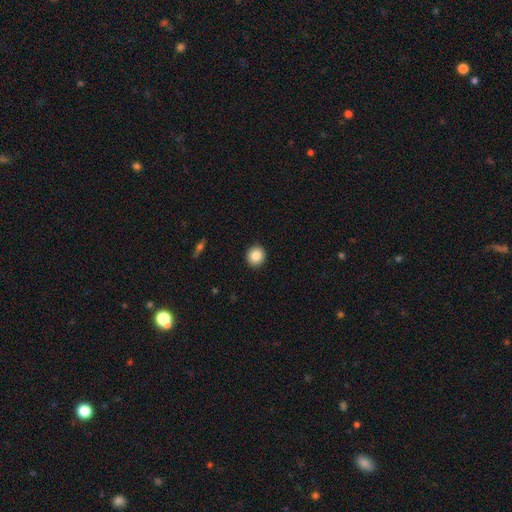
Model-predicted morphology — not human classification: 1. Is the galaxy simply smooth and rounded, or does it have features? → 85% smooth, 9% star or artifact, 6% featured or disk.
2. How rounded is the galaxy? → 90% round, 9% in between, 1% cigar-shaped.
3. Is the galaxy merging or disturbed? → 93% none, 5% minor disturbance, 1% major disturbance, 1% merger.